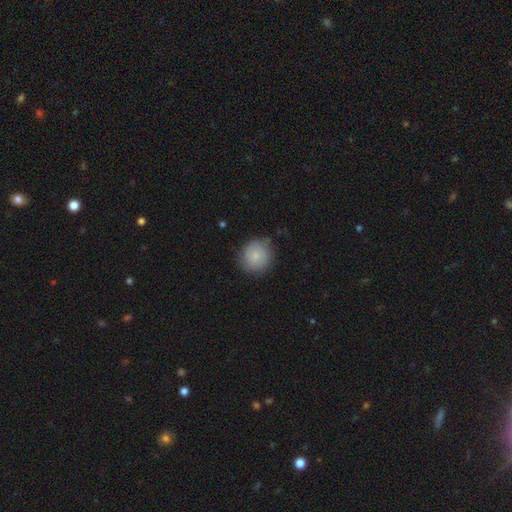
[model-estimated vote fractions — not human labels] The model was most divided on "merging": none: 79%, minor disturbance: 16%, major disturbance: 4%, merger: 1%. More confident: how rounded — round (90%); smooth or featured — smooth (78%).